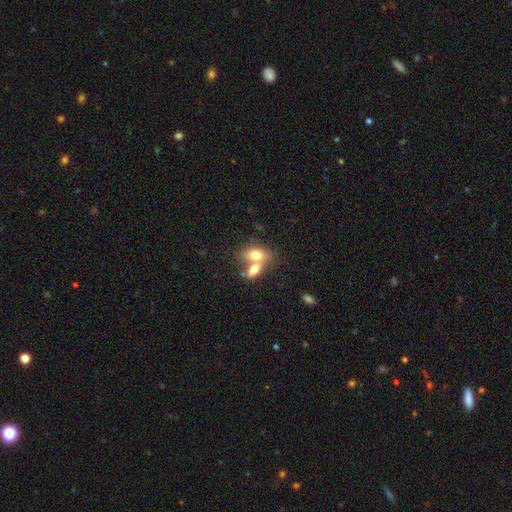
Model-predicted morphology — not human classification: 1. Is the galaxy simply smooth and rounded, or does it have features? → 74% smooth, 19% featured or disk, 8% star or artifact.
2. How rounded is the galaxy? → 83% in between, 13% round, 4% cigar-shaped.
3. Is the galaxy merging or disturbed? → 63% merger, 26% none, 7% minor disturbance, 3% major disturbance.